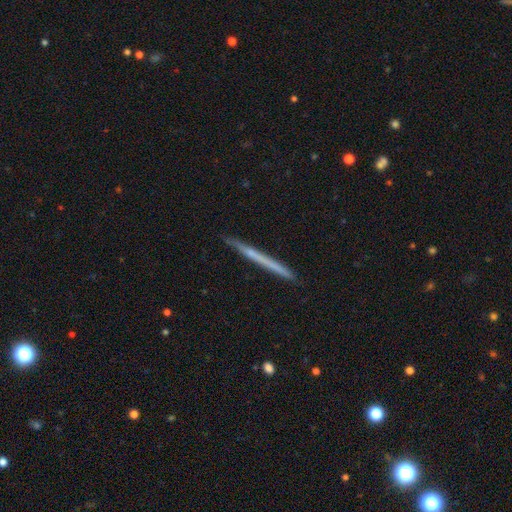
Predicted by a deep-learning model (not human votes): Smooth or featured: featured or disk — 49% (smooth — 44%)
Merging: none — 91% (minor disturbance — 6%)